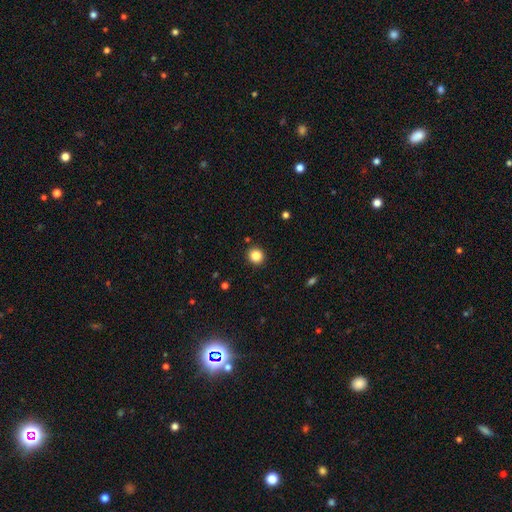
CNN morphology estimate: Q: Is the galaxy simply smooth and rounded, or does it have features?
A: smooth — 85%.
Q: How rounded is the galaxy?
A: round — 90%.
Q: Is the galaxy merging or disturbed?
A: none — 92%.